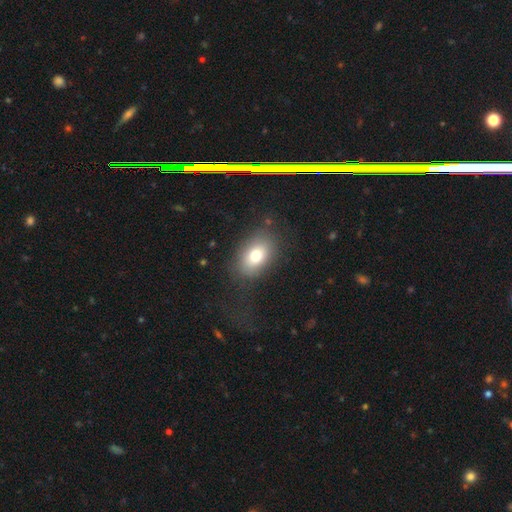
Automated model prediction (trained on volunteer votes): smooth_or_featured: smooth (p=0.76) [alt: featured or disk p=0.14]
how_rounded: in between (p=0.82) [alt: round p=0.17]
merging: none (p=0.79) [alt: minor disturbance p=0.13]